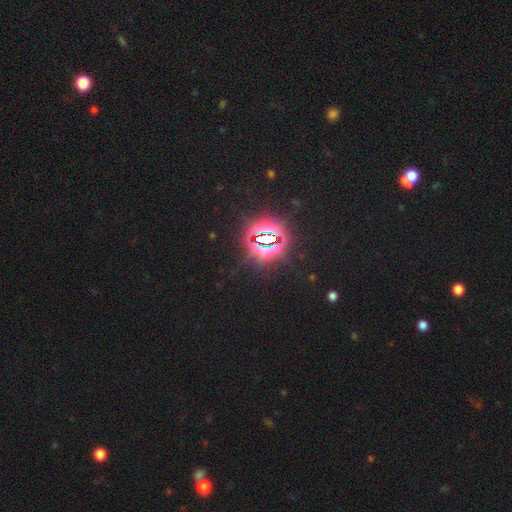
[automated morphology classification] star or artifact 84%, smooth 10%, featured or disk 6%.